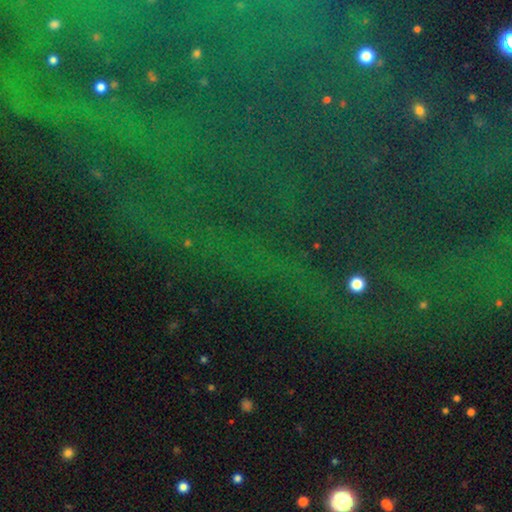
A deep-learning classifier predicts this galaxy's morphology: Smooth or featured? Predicted: star or artifact (p=0.80).